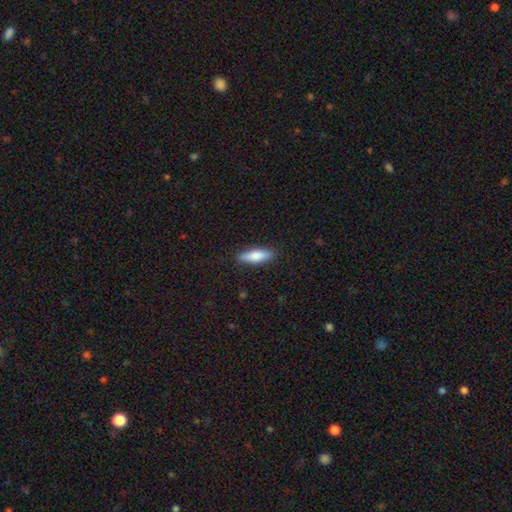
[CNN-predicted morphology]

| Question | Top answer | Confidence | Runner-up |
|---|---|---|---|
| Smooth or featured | smooth | 77% | featured or disk (18%) |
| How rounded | cigar-shaped | 55% | in between (43%) |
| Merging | none | 88% | minor disturbance (9%) |